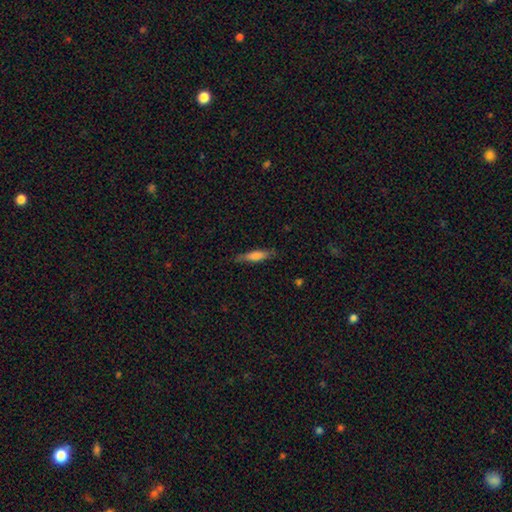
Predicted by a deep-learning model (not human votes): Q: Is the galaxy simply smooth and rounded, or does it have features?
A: smooth — 66%.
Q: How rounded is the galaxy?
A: cigar-shaped — 79%.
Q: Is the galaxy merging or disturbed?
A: none — 81%.